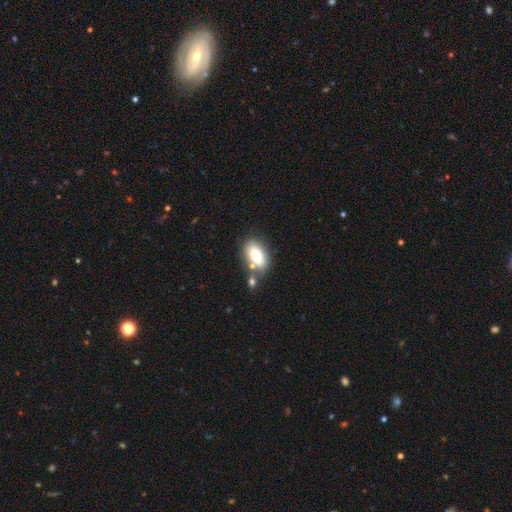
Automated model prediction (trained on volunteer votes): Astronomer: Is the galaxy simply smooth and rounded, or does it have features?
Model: smooth — 72%.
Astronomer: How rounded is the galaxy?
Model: in between — 89%.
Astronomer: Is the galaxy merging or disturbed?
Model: none — 64%.